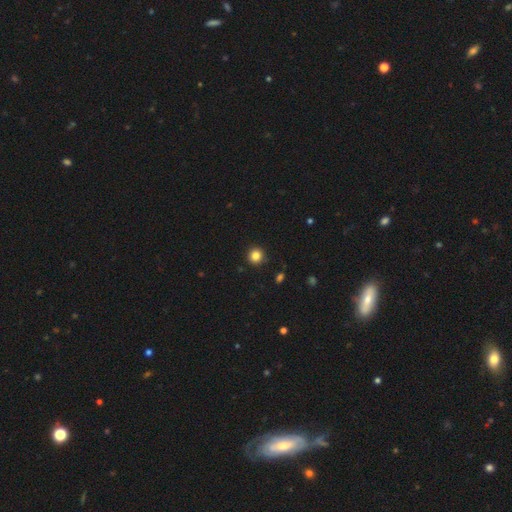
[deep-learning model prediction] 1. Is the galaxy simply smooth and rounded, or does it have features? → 84% smooth, 12% star or artifact, 4% featured or disk.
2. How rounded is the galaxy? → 94% round, 5% in between, 1% cigar-shaped.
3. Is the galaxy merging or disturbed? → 92% none, 5% minor disturbance, 2% major disturbance, 1% merger.